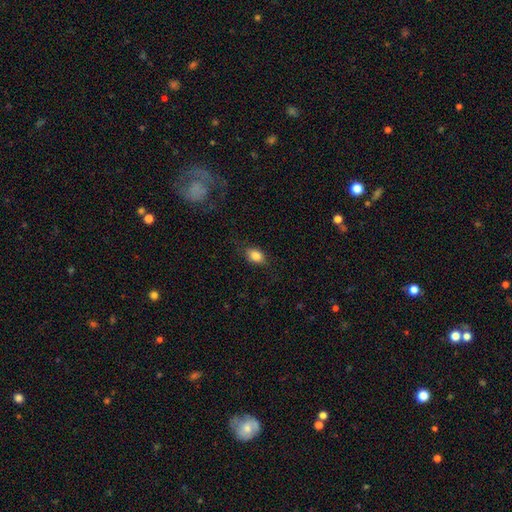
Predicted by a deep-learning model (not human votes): smooth-or-featured: smooth: 82% | featured or disk: 9% | star or artifact: 8%
  how-rounded: in between: 81% | round: 16% | cigar-shaped: 3%
  merging: none: 80% | minor disturbance: 14% | major disturbance: 4% | merger: 1%